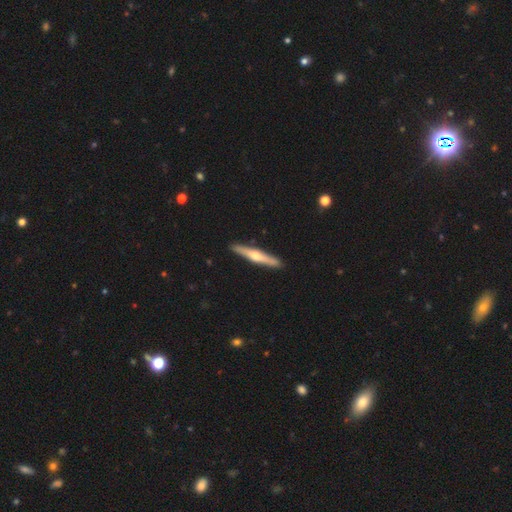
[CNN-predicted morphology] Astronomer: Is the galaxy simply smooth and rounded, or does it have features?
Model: featured or disk — 63%.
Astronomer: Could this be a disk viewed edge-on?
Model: yes — 97%.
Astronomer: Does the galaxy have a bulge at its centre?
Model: rounded — 90%.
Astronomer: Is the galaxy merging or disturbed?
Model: none — 92%.